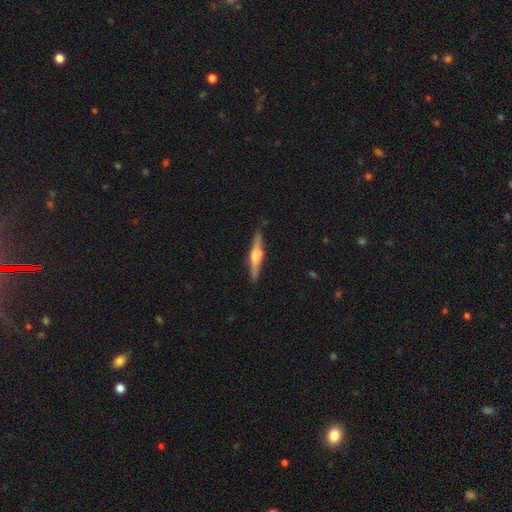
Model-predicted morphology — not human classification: smooth-or-featured: featured or disk: 66% | smooth: 29% | star or artifact: 6%
  disk-edge-on: yes: 97% | no: 3%
    edge-on-bulge: rounded: 79% | boxy: 16% | none: 5%
  merging: none: 87% | minor disturbance: 9% | major disturbance: 2% | merger: 1%